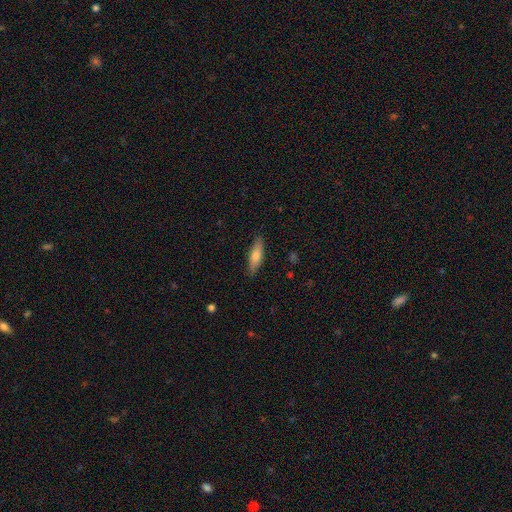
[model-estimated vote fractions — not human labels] Overall: smooth (67%; featured or disk 27%). How rounded: cigar-shaped (57%; in between 41%). Merging: none (87%).